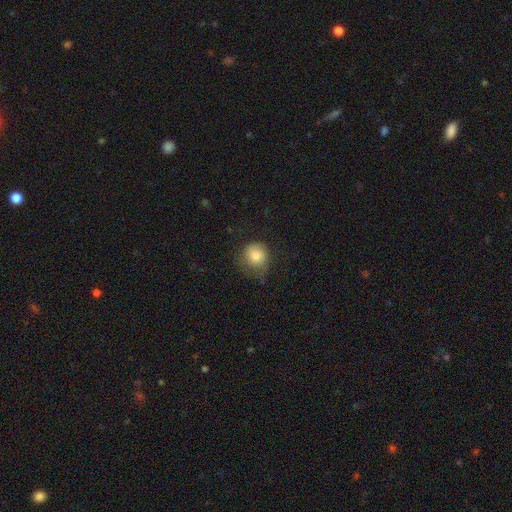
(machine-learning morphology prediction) A smooth galaxy with no disk features (80%) that is round (86%).

Vote fractions:
- Smooth or featured? smooth: 80% / featured or disk: 10% / star or artifact: 10%
- How rounded? round: 86% / in between: 13% / cigar-shaped: 1%
- Merging? none: 58% / minor disturbance: 29% / major disturbance: 12% / merger: 1%